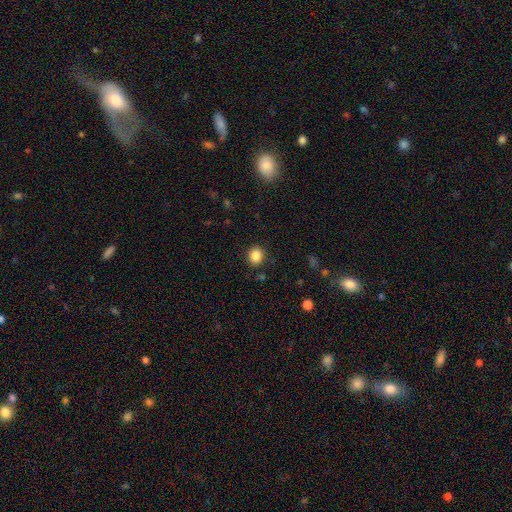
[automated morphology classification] smooth 86%, star or artifact 10%, featured or disk 4%. Down the decision tree: how rounded — round (79%); merging — none (88%).